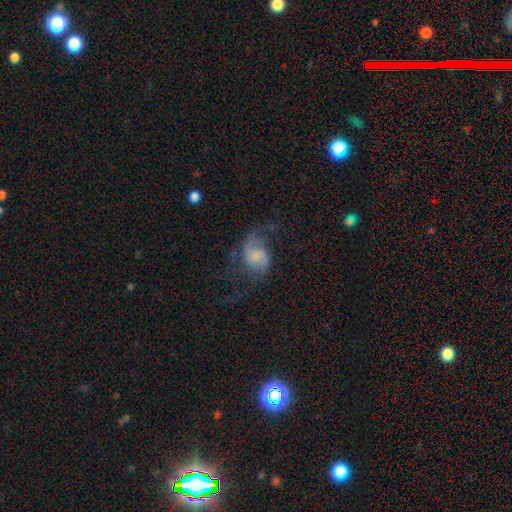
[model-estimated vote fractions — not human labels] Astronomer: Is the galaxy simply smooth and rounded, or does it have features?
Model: featured or disk — 66%.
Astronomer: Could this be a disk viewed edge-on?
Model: no — 97%.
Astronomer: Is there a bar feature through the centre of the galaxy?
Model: no — 51% (runner-up: weak, 41%).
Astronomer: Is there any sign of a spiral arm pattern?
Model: yes — 87%.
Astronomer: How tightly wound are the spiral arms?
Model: loose — 53% (runner-up: medium, 37%).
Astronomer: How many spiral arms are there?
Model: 2 — 81%.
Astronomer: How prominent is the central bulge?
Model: small — 31% (runner-up: moderate, 30%).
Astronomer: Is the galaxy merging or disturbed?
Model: none — 43% (runner-up: major disturbance, 34%).